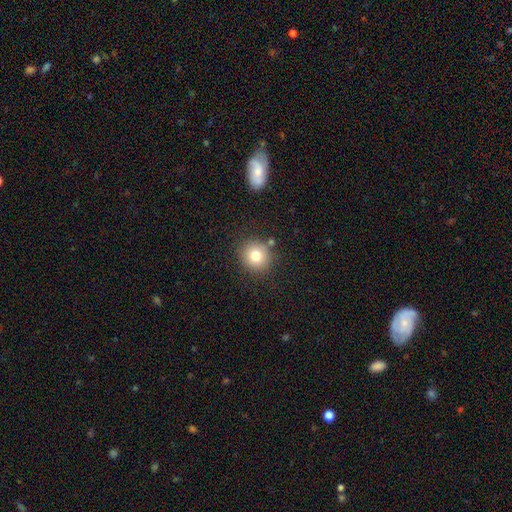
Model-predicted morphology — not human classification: Smooth or featured? smooth (79%)
How rounded? round (88%)
Merging? none (83%)